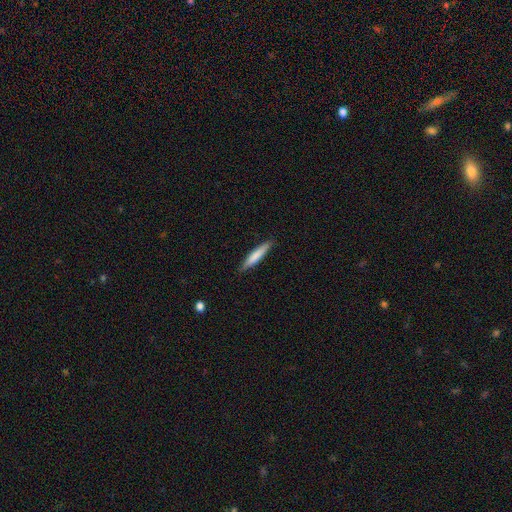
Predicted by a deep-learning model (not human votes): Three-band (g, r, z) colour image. It shows a smooth galaxy with no disk features (73%) that is cigar-shaped (91%). Merging: none (88%).